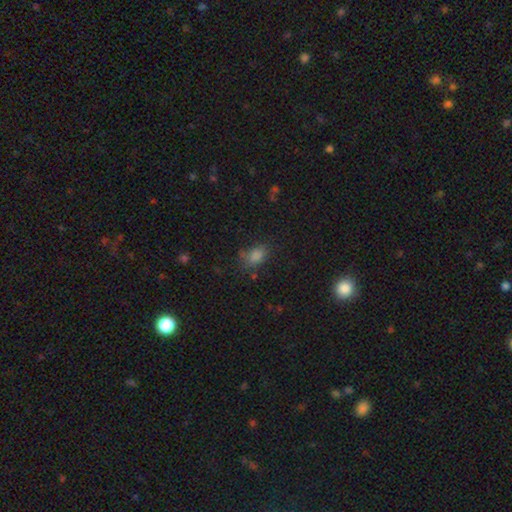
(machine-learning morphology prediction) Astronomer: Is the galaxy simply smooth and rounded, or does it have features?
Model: smooth — 78%.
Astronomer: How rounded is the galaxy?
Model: in between — 77%.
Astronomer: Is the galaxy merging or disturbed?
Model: none — 68%.